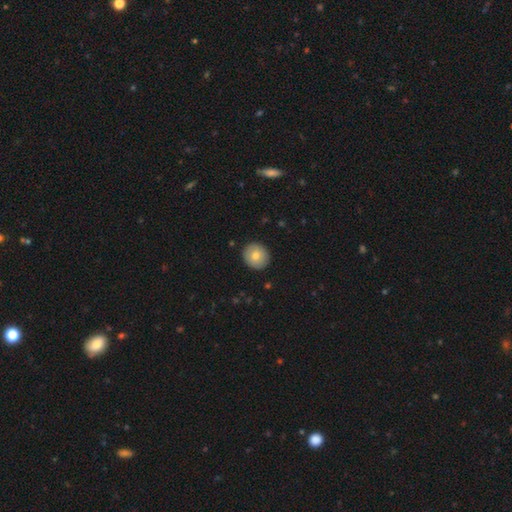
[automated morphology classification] The model was most divided on "smooth or featured": smooth: 77%, featured or disk: 16%, star or artifact: 8%. More confident: merging — none (91%); how rounded — round (86%).